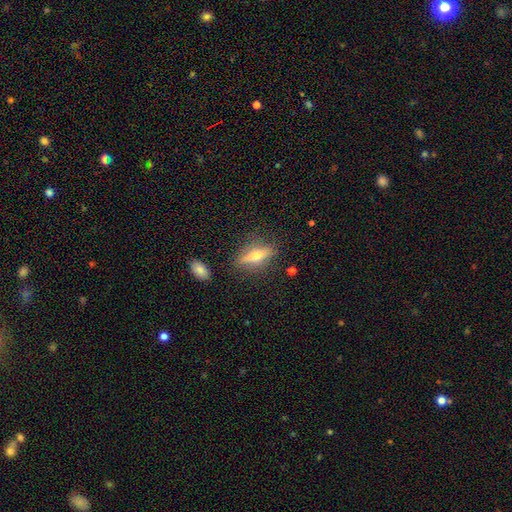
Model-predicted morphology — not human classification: A featured or disk galaxy (57%) viewed edge-on (90%) with a rounded central bulge (94%). Merging: none (84%).